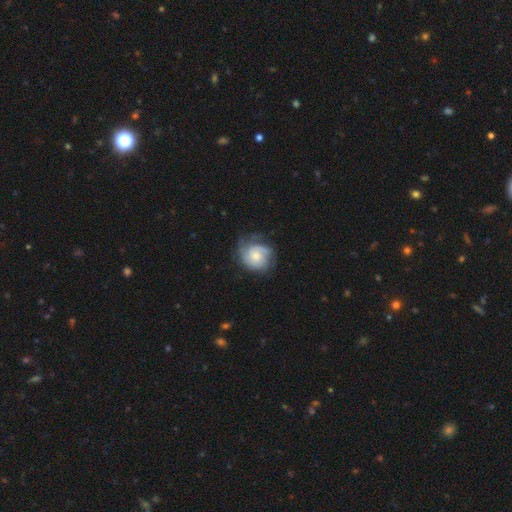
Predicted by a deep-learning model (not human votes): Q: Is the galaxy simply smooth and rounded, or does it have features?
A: featured or disk — 55%.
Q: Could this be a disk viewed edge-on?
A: no — 98%.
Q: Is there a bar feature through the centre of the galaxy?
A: no — 78%.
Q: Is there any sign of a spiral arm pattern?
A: yes — 86%.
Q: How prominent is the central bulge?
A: moderate — 45%.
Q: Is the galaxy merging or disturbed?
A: none — 59%.